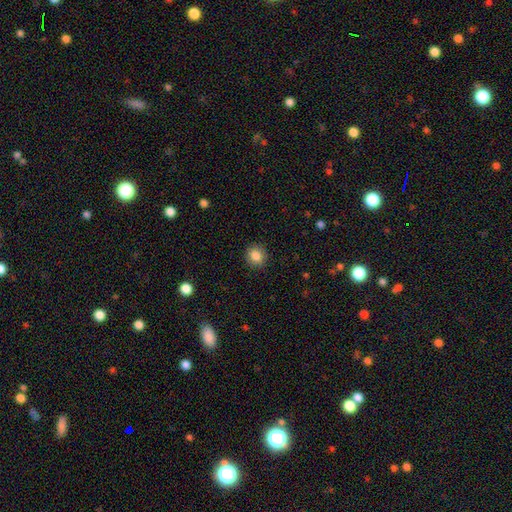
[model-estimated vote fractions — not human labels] Morphology: type=smooth (86%); roundness=round (83%); merging=none (89%).